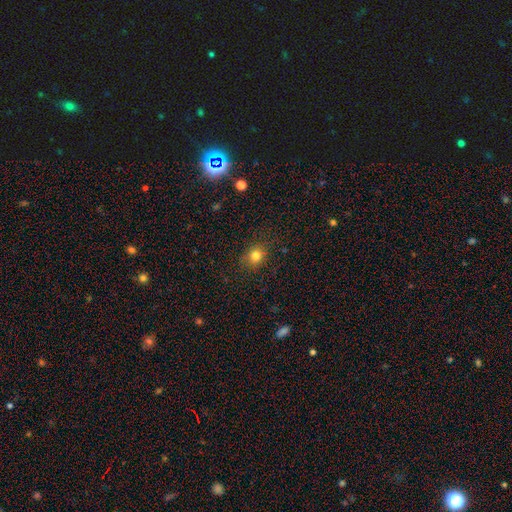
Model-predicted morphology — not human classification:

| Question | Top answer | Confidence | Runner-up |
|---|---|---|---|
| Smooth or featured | smooth | 81% | star or artifact (12%) |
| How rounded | round | 64% | in between (35%) |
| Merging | none | 84% | minor disturbance (11%) |